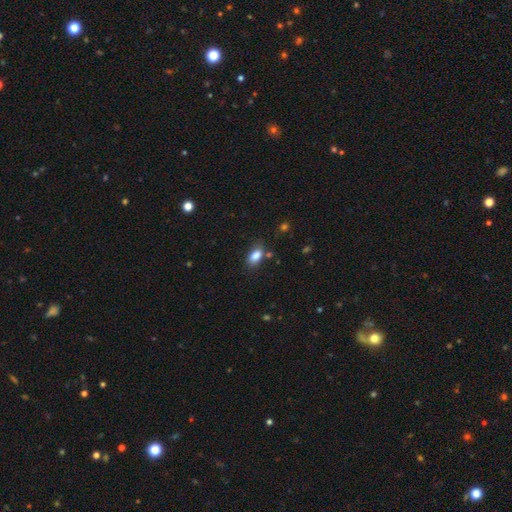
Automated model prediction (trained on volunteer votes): smooth 85%, star or artifact 9%, featured or disk 7%. Down the decision tree: how rounded — in between (88%); merging — none (75%).